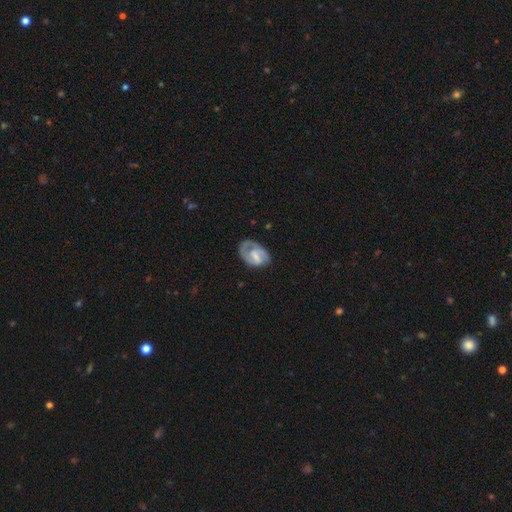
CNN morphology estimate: Overall: featured or disk (67%). Edge-on disk: no (97%). Bar: weak (49%; no 26%). Spiral arms: yes (84%). Spiral arm count: 2 (57%; 1 25%). Spiral winding: medium (42%; tight 41%). Bulge size: none (32%; small 30%). Merging: none (56%; minor disturbance 25%).